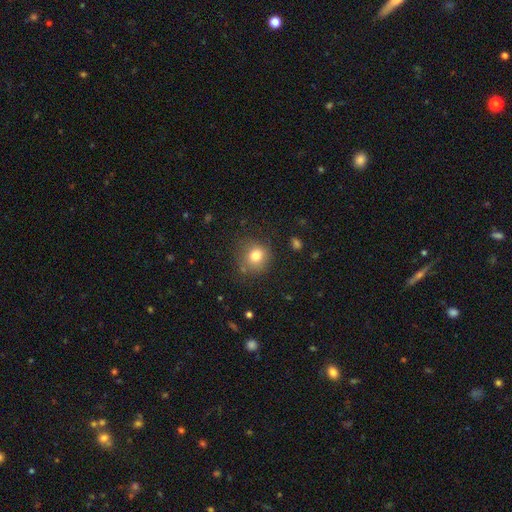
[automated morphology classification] Smooth or featured?
  - smooth: 78% *
  - star or artifact: 12%
  - featured or disk: 10%
How rounded?
  - round: 86% *
  - in between: 13%
  - cigar-shaped: 1%
Merging?
  - none: 77% *
  - minor disturbance: 15%
  - major disturbance: 5%
  - merger: 3%